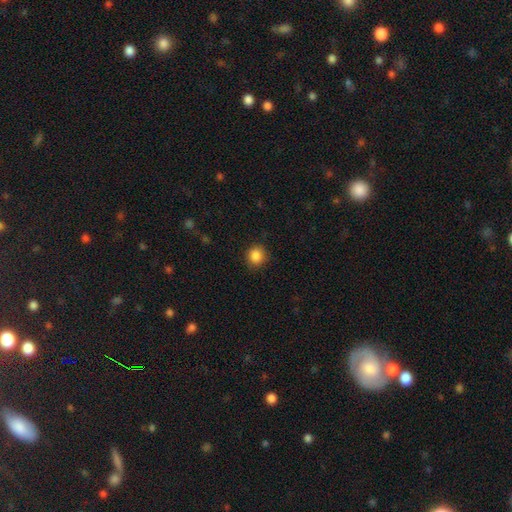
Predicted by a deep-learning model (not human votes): This is clearly a smooth galaxy (87%). How rounded: clearly round (88%). Merging: clearly none (87%).